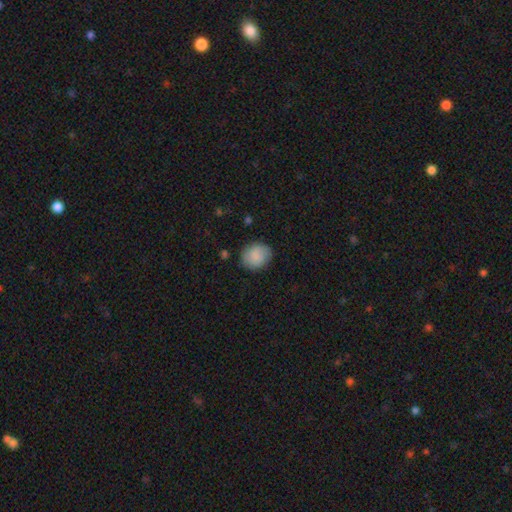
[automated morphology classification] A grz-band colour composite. It shows a smooth galaxy with no disk features (87%) that is round (65%). Merging: none (80%).